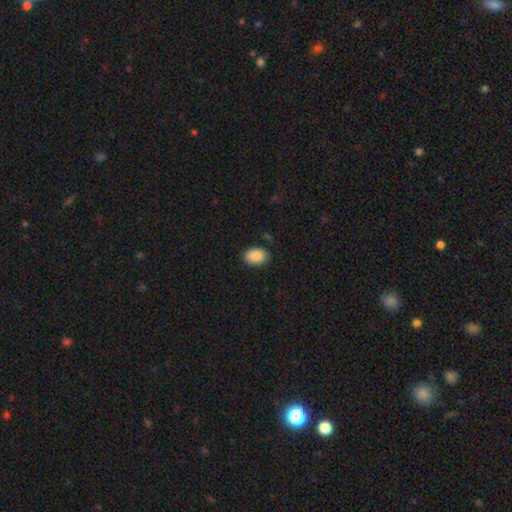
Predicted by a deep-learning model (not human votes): smooth_or_featured: smooth (p=0.89) [alt: star or artifact p=0.07]
how_rounded: in between (p=0.80) [alt: round p=0.19]
merging: none (p=0.87) [alt: minor disturbance p=0.10]